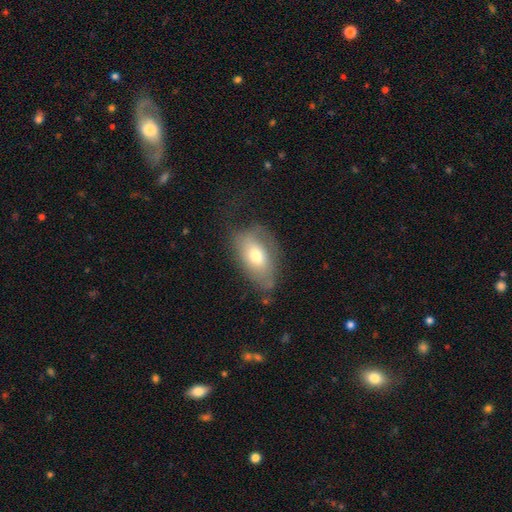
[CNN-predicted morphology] smooth 65%, featured or disk 27%, star or artifact 8%. Down the decision tree: how rounded — in between (89%); merging — none (53%).